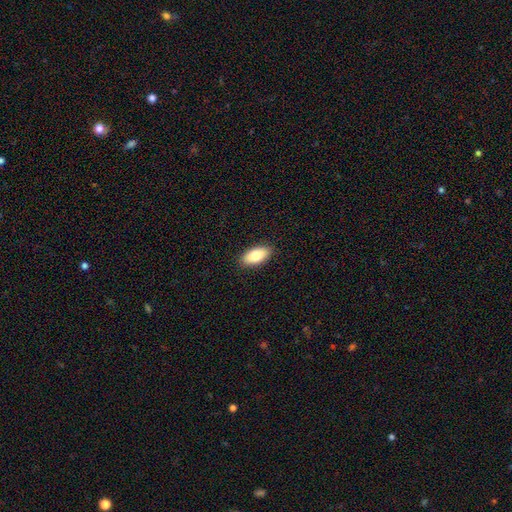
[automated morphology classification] smooth 81%, featured or disk 13%, star or artifact 7%. Down the decision tree: how rounded — in between (91%); merging — none (90%).